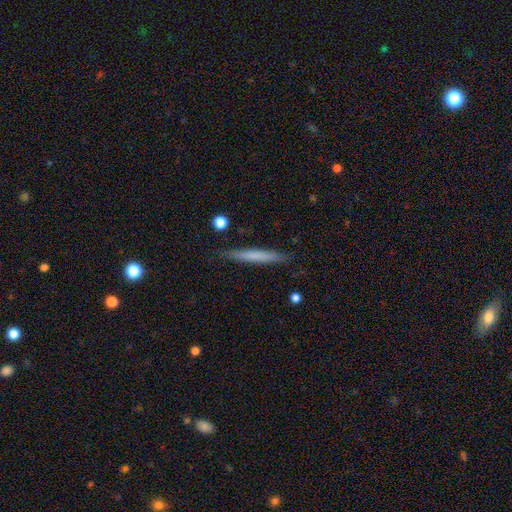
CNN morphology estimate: Smooth or featured: smooth — 63% (featured or disk — 31%)
How rounded: cigar-shaped — 96% (in between — 3%)
Merging: none — 88% (minor disturbance — 9%)